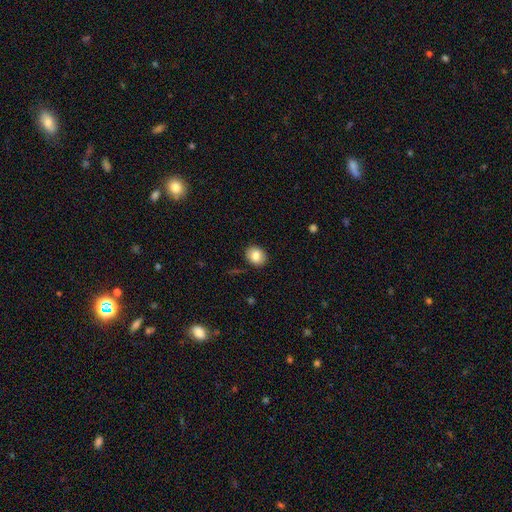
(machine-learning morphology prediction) The model was most divided on "how rounded": round: 55%, in between: 44%, cigar-shaped: 1%. More confident: merging — none (88%); smooth or featured — smooth (82%).